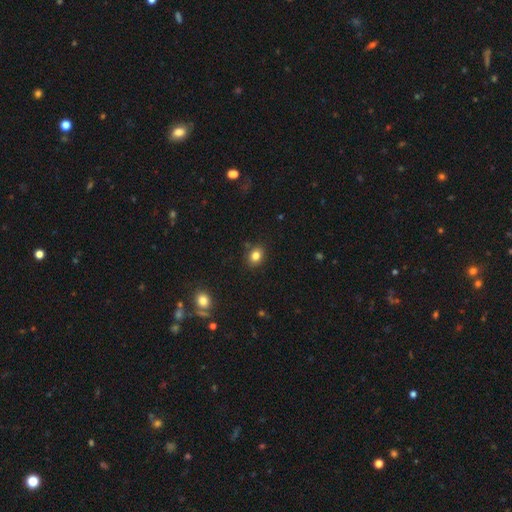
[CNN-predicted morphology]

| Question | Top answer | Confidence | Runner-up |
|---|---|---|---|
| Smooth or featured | smooth | 82% | star or artifact (11%) |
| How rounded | in between | 53% | round (46%) |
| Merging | none | 86% | minor disturbance (10%) |